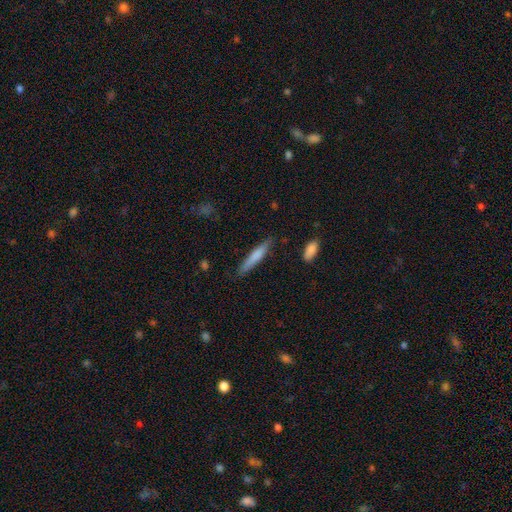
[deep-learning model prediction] This appears to be a smooth galaxy with no disk features (71%) that is cigar-shaped (91%). Merging: none (83%).